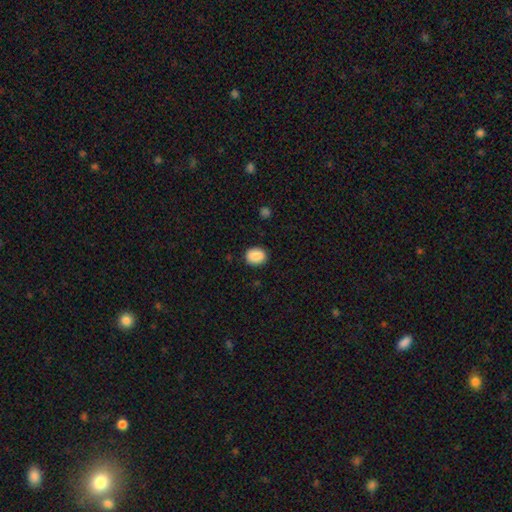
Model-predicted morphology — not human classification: This appears to be a smooth galaxy with no disk features (88%) that is round (54%). Merging: none (88%).